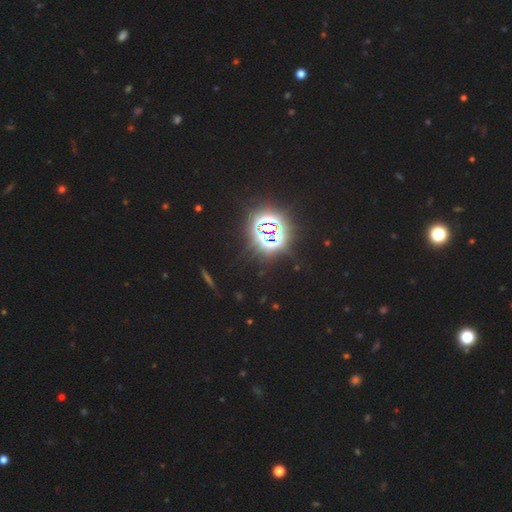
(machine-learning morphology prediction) Smooth or featured: star or artifact — 85% (smooth — 10%)